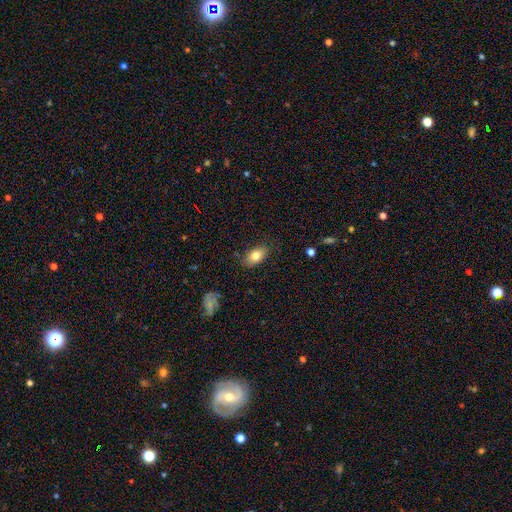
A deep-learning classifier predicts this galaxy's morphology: The model was most divided on "smooth or featured": smooth: 80%, featured or disk: 13%, star or artifact: 8%. More confident: how rounded — in between (90%); merging — none (83%).